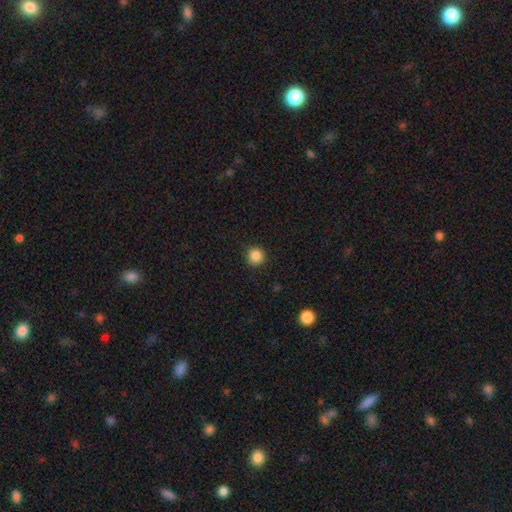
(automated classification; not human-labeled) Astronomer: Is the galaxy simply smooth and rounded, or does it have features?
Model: smooth — 86%.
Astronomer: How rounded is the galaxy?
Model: round — 95%.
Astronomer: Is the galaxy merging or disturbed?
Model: none — 90%.